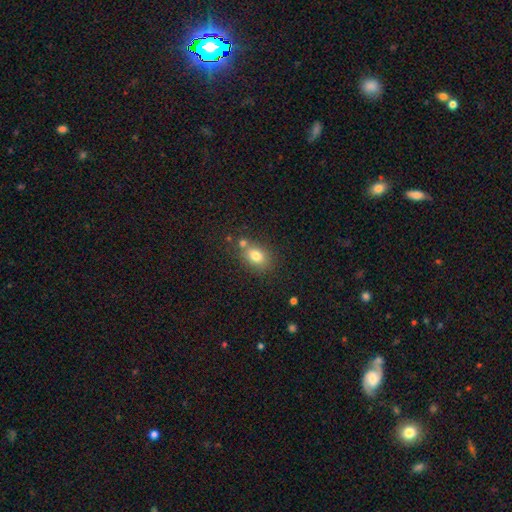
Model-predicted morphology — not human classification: smooth-or-featured: smooth: 79% | star or artifact: 11% | featured or disk: 11%
  how-rounded: in between: 66% | round: 32% | cigar-shaped: 1%
  merging: none: 62% | merger: 20% | minor disturbance: 14% | major disturbance: 5%